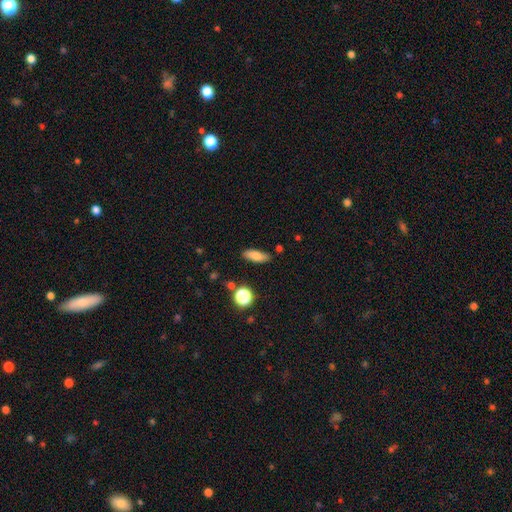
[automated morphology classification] Smooth or featured?
  - smooth: 79% *
  - featured or disk: 12%
  - star or artifact: 9%
How rounded?
  - in between: 61% *
  - cigar-shaped: 35%
  - round: 5%
Merging?
  - none: 83% *
  - minor disturbance: 12%
  - major disturbance: 3%
  - merger: 3%